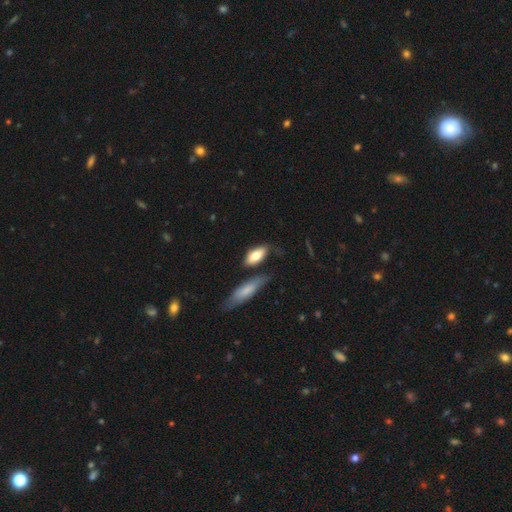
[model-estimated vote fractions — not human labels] smooth_or_featured: smooth (p=0.78) [alt: featured or disk p=0.16]
how_rounded: in between (p=0.85) [alt: cigar-shaped p=0.12]
merging: none (p=0.59) [alt: minor disturbance p=0.24]